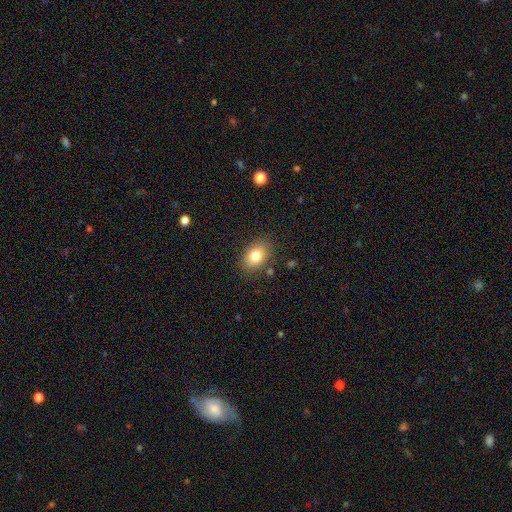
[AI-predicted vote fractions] Morphology: type=smooth (80%); roundness=in between (78%); merging=none (84%).